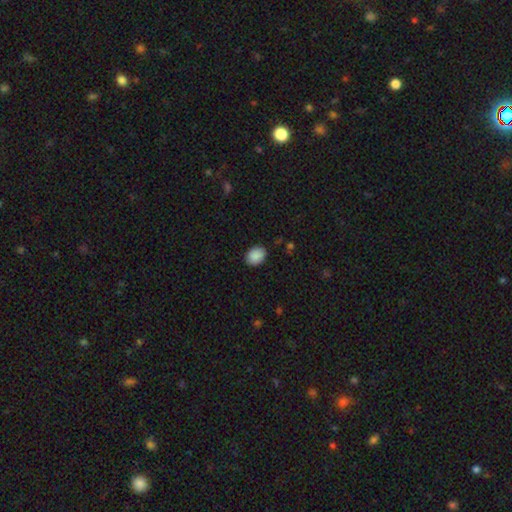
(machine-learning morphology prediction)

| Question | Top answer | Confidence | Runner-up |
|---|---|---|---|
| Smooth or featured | smooth | 89% | star or artifact (8%) |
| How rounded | in between | 59% | round (40%) |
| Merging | none | 87% | minor disturbance (9%) |